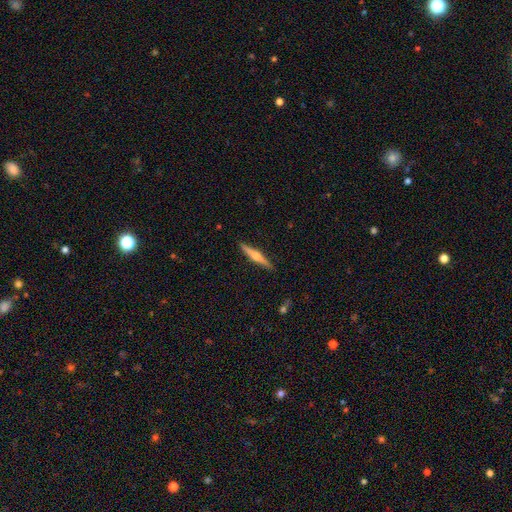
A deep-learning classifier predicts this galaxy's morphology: Overall: featured or disk (66%; smooth 28%). Edge-on disk: yes (98%). Edge-on bulge: rounded (89%). Merging: none (91%).